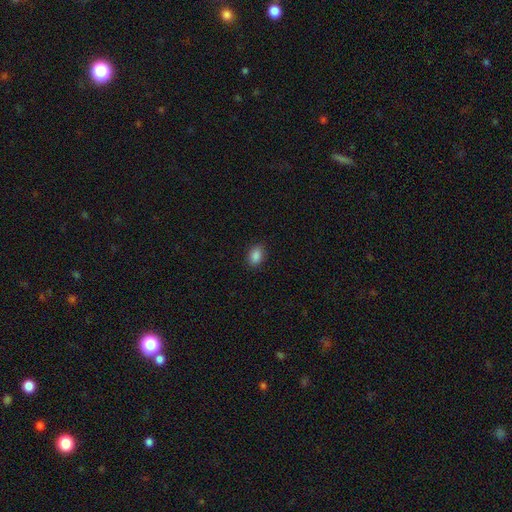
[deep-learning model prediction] Q: Smooth or featured?
A: smooth (88%); runner-up: star or artifact (9%)
Q: How rounded?
A: in between (82%); runner-up: round (16%)
Q: Merging?
A: none (87%); runner-up: minor disturbance (9%)